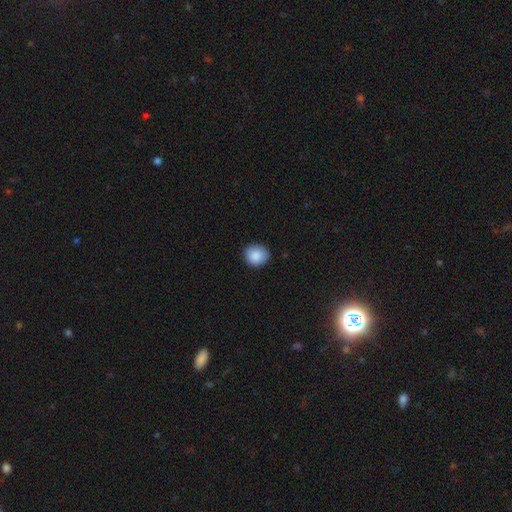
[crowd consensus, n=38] Overall: smooth (82%). How rounded: round (90%). Merging: none (83%).